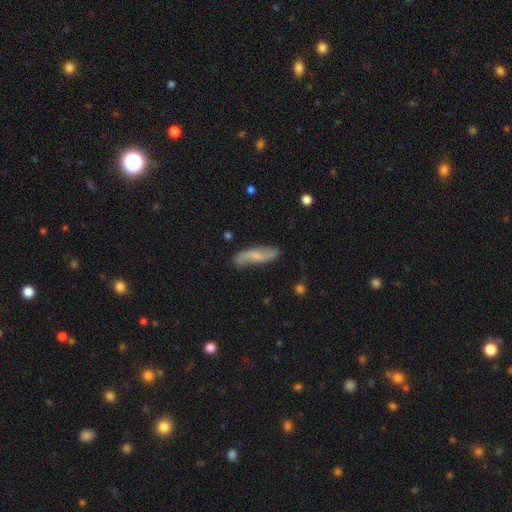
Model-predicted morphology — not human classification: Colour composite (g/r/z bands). It shows a featured or disk galaxy (57%). Merging: none (78%).